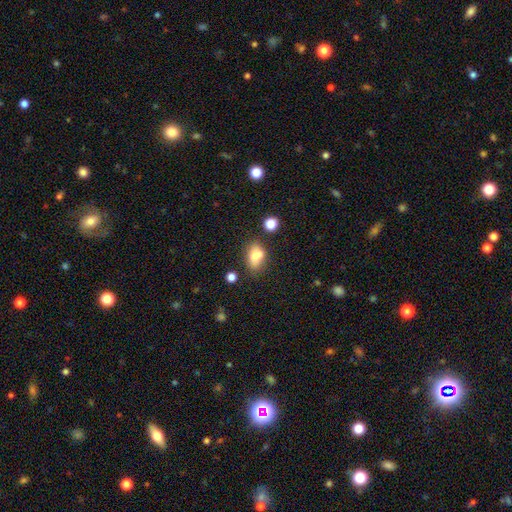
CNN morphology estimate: The model was most divided on "merging": none: 54%, minor disturbance: 23%, merger: 15%, major disturbance: 8%. More confident: how rounded — in between (80%); smooth or featured — smooth (74%).